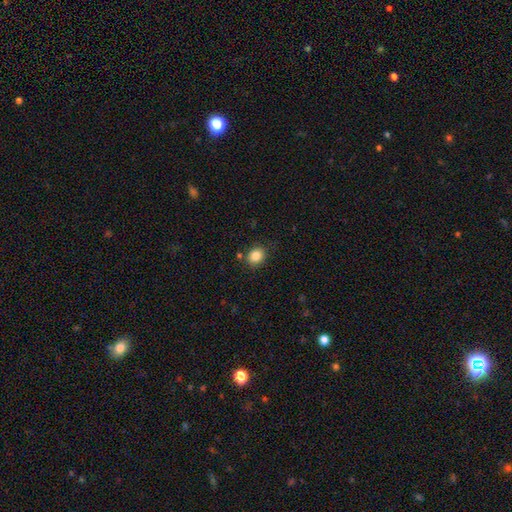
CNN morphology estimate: A smooth galaxy with no disk features (84%) that is round (71%). Merging: none (82%).